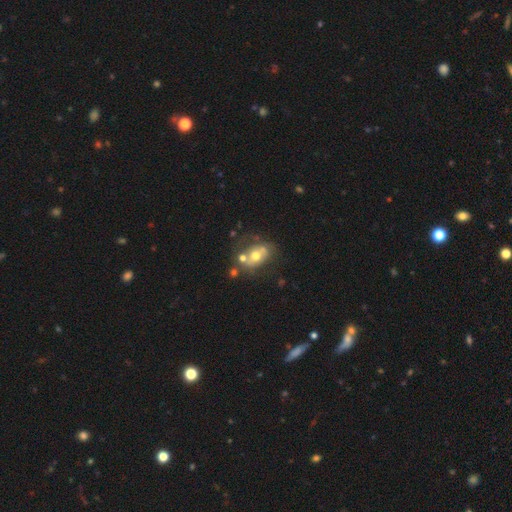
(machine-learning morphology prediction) Smooth or featured? featured or disk (47%)
Merging? none (46%)